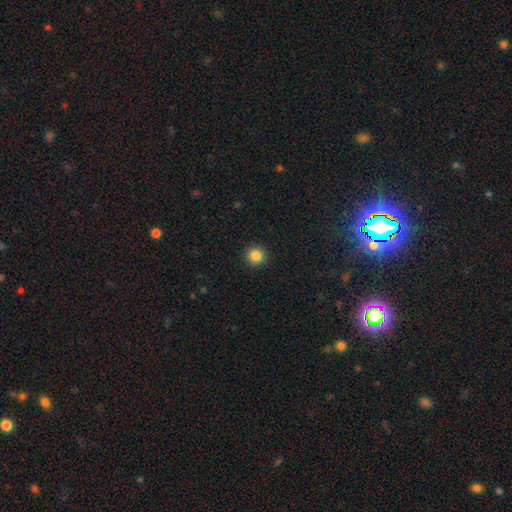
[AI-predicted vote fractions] This appears to be a smooth galaxy with no disk features (86%) that is round (96%). Merging: none (92%).